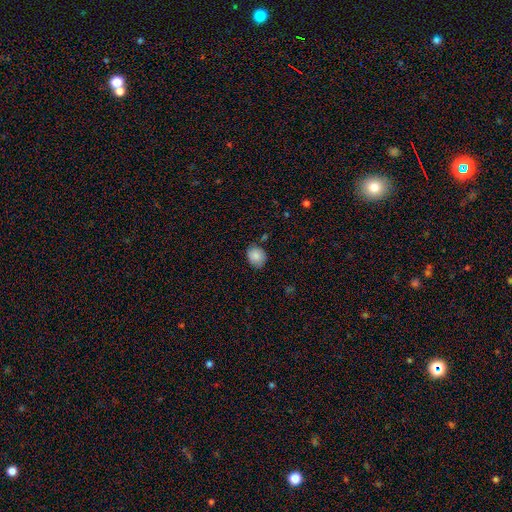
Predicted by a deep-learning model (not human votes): This is clearly a smooth galaxy (86%). How rounded: likely round (68%). Merging: likely none (78%).